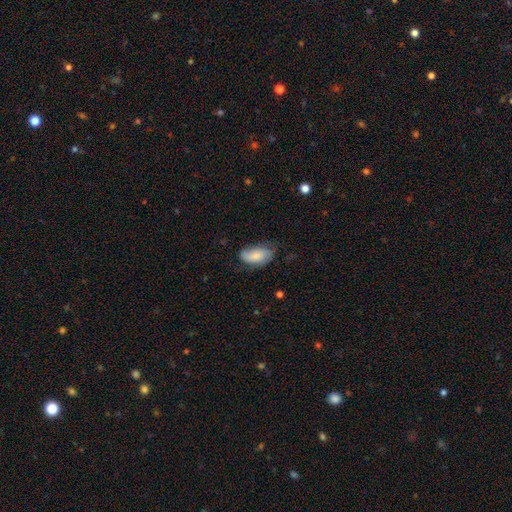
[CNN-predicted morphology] Smooth or featured? smooth (71%)
How rounded? in between (92%)
Merging? none (52%)